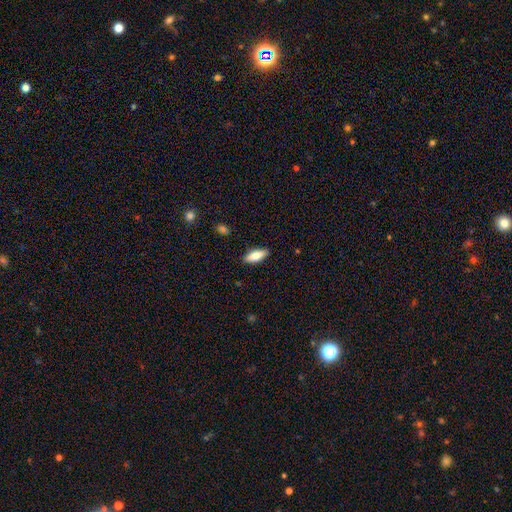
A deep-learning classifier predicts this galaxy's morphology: smooth_or_featured: smooth (p=0.78) [alt: featured or disk p=0.16]
how_rounded: in between (p=0.71) [alt: cigar-shaped p=0.27]
merging: none (p=0.87) [alt: minor disturbance p=0.09]